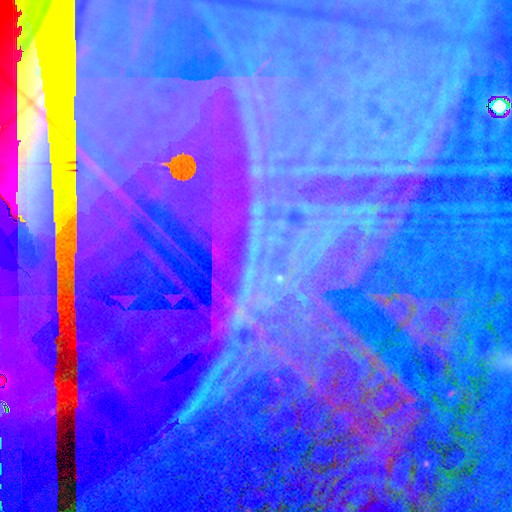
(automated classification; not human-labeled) Overall: star or artifact (89%).